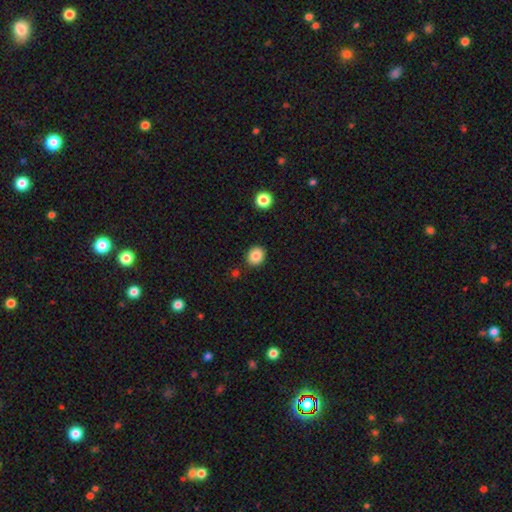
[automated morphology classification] A smooth galaxy with no disk features (84%) that is round (73%).

Vote fractions:
- Smooth or featured? smooth: 84% / star or artifact: 10% / featured or disk: 6%
- How rounded? round: 73% / in between: 27% / cigar-shaped: 1%
- Merging? none: 88% / minor disturbance: 8% / merger: 2% / major disturbance: 2%